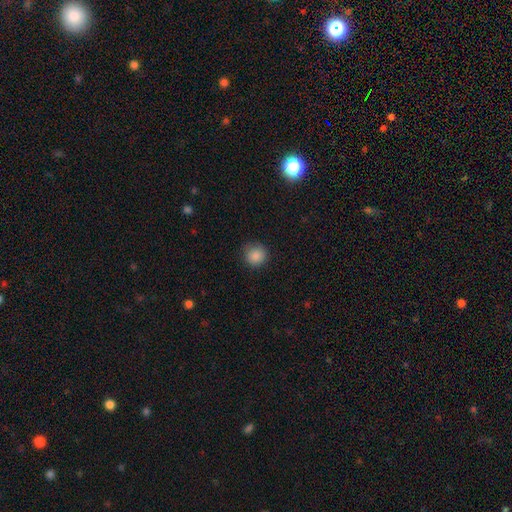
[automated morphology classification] This appears to be a smooth galaxy with no disk features (86%) that is round (92%). Merging: none (85%).